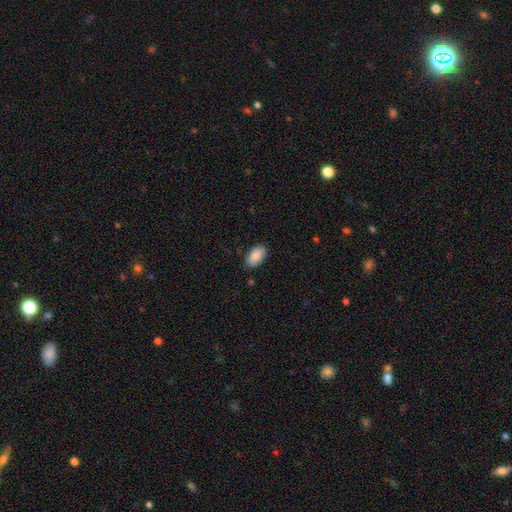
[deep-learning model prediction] smooth-or-featured: smooth: 88% | star or artifact: 6% | featured or disk: 6%
  how-rounded: in between: 94% | round: 4% | cigar-shaped: 2%
  merging: none: 84% | minor disturbance: 12% | major disturbance: 2% | merger: 1%